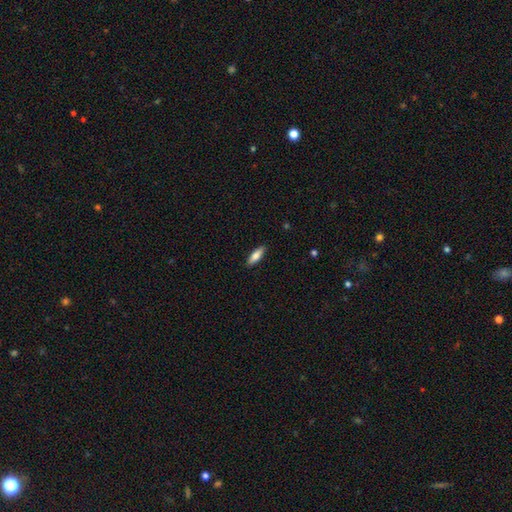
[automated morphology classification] Smooth or featured?
  - smooth: 75% *
  - featured or disk: 19%
  - star or artifact: 6%
How rounded?
  - in between: 52% *
  - cigar-shaped: 46%
  - round: 2%
Merging?
  - none: 89% *
  - minor disturbance: 8%
  - major disturbance: 2%
  - merger: 1%